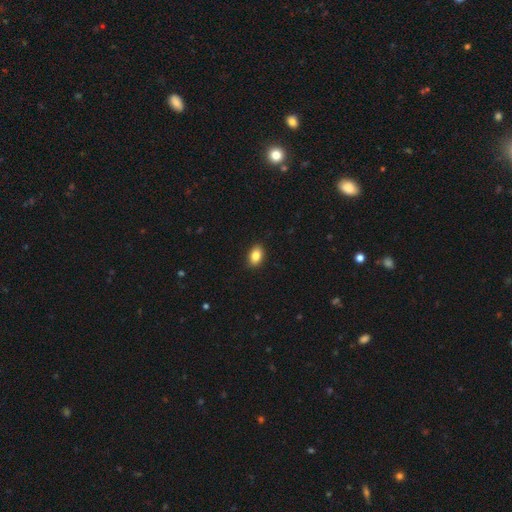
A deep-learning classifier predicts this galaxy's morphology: Smooth or featured? smooth (86%)
How rounded? in between (86%)
Merging? none (89%)